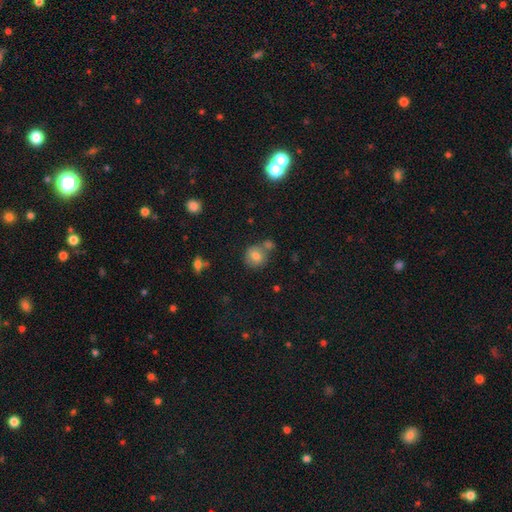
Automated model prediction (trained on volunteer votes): smooth-or-featured: smooth: 76% | featured or disk: 13% | star or artifact: 11%
  how-rounded: round: 82% | in between: 16% | cigar-shaped: 1%
  merging: none: 60% | merger: 24% | minor disturbance: 12% | major disturbance: 4%